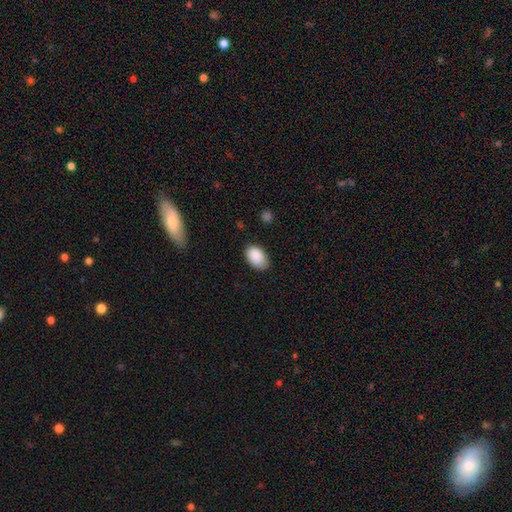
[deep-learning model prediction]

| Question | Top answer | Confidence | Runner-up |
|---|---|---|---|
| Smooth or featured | smooth | 89% | star or artifact (7%) |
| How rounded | in between | 91% | round (8%) |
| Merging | none | 72% | minor disturbance (23%) |